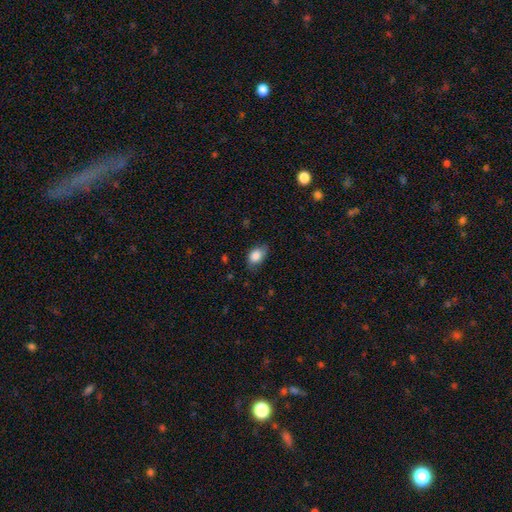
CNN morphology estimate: smooth 86%, star or artifact 8%, featured or disk 7%. Down the decision tree: how rounded — in between (81%); merging — none (69%).